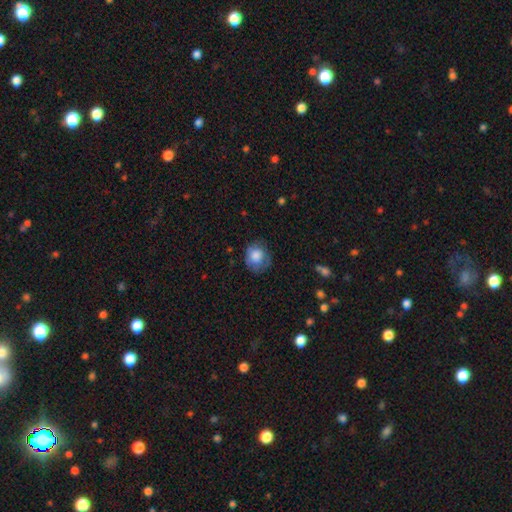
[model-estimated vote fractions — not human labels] The model was most divided on "merging": none: 64%, minor disturbance: 25%, major disturbance: 10%, merger: 1%. More confident: smooth or featured — smooth (77%); how rounded — round (75%).